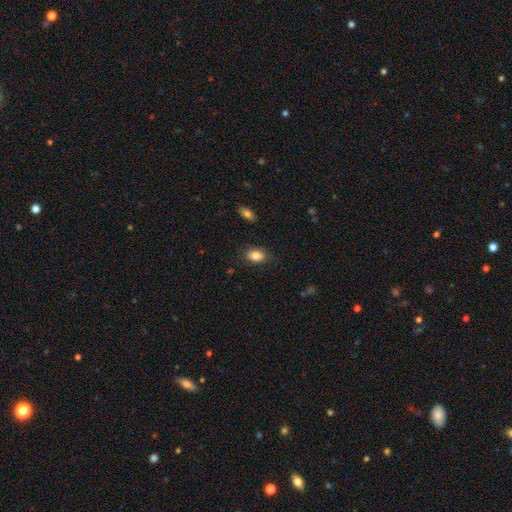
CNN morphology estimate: smooth 85%, star or artifact 9%, featured or disk 7%. Down the decision tree: how rounded — in between (82%); merging — none (80%).